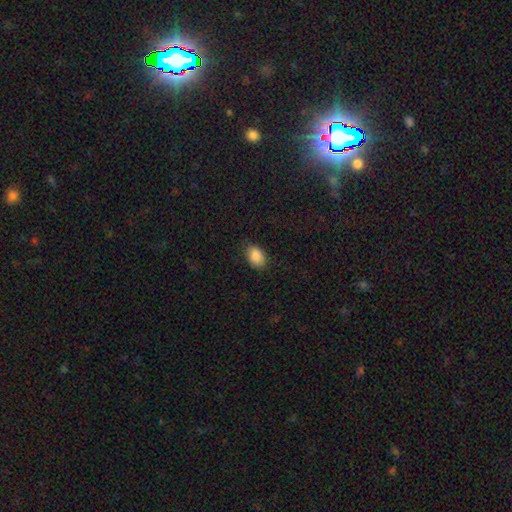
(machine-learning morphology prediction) smooth-or-featured: smooth: 88% | star or artifact: 7% | featured or disk: 4%
  how-rounded: in between: 88% | round: 11% | cigar-shaped: 1%
  merging: none: 80% | minor disturbance: 16% | major disturbance: 3% | merger: 1%